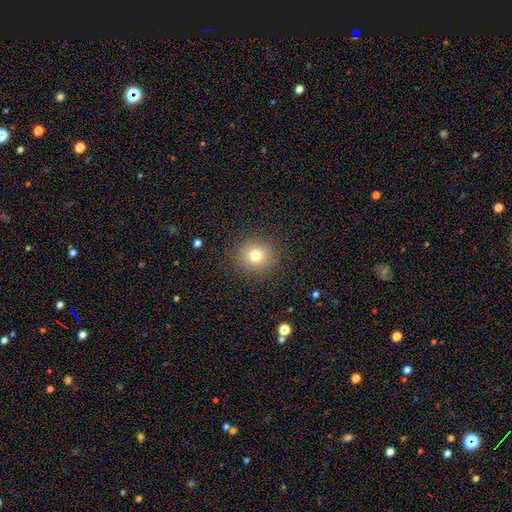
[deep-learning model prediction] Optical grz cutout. It shows a smooth galaxy with no disk features (76%) that is round (92%). Merging: none (89%).